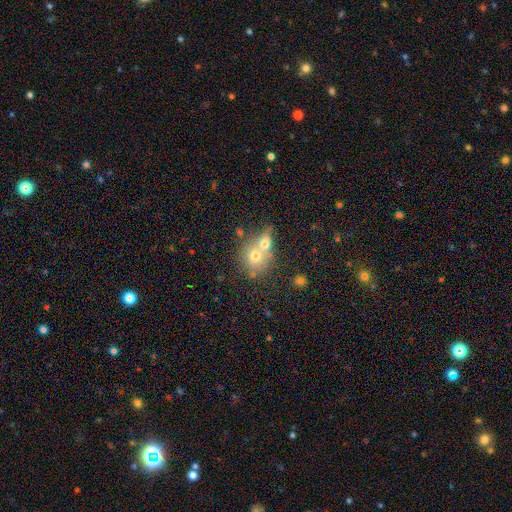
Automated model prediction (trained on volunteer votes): Q: Smooth or featured?
A: smooth (62%); runner-up: featured or disk (22%)
Q: How rounded?
A: round (74%); runner-up: in between (24%)
Q: Merging?
A: merger (58%); runner-up: none (31%)